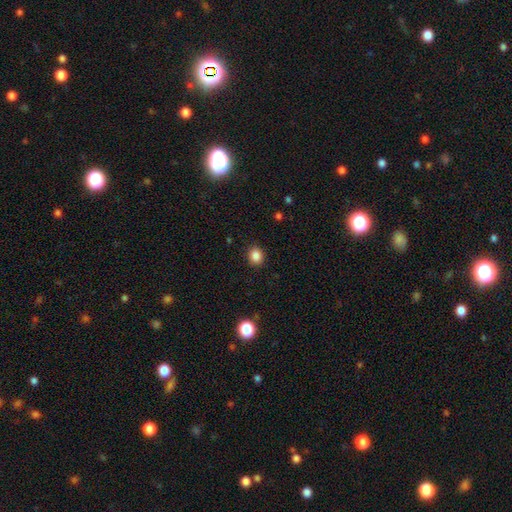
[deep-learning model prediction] A smooth galaxy with no disk features (85%) that is round (68%). Merging: none (90%).